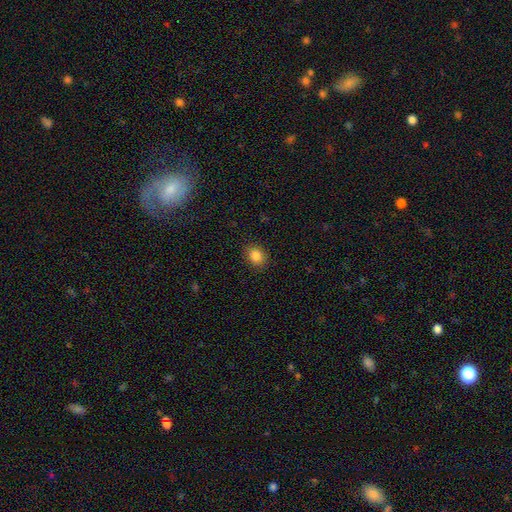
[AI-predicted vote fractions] The model was most divided on "how rounded": round: 54%, in between: 45%, cigar-shaped: 1%. More confident: merging — none (88%); smooth or featured — smooth (85%).